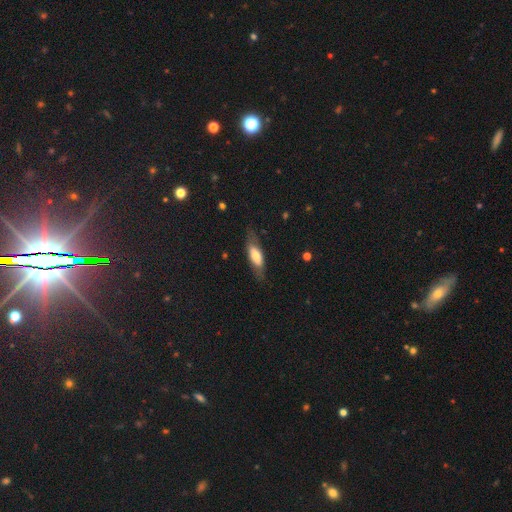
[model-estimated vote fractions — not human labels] This is likely a smooth galaxy (60%). How rounded: likely in between (62%). Merging: likely none (73%).